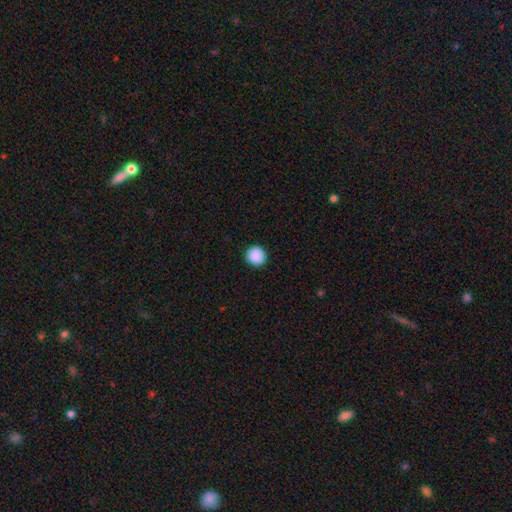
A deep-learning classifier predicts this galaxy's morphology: smooth_or_featured: smooth (p=0.90) [alt: star or artifact p=0.08]
how_rounded: round (p=0.95) [alt: in between p=0.04]
merging: none (p=0.93) [alt: minor disturbance p=0.04]